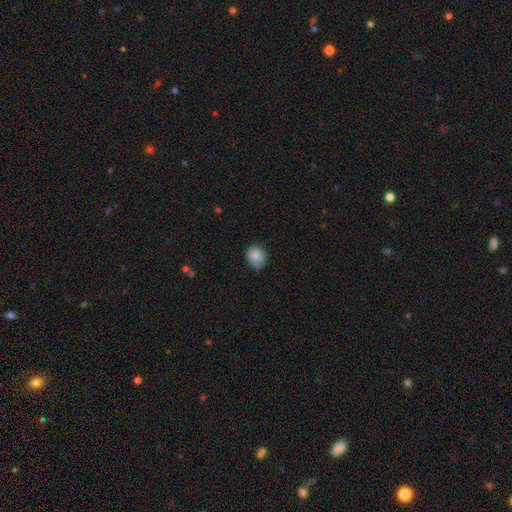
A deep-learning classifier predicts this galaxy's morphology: Overall: smooth (85%). How rounded: round (57%; in between 43%). Merging: none (66%; minor disturbance 28%).